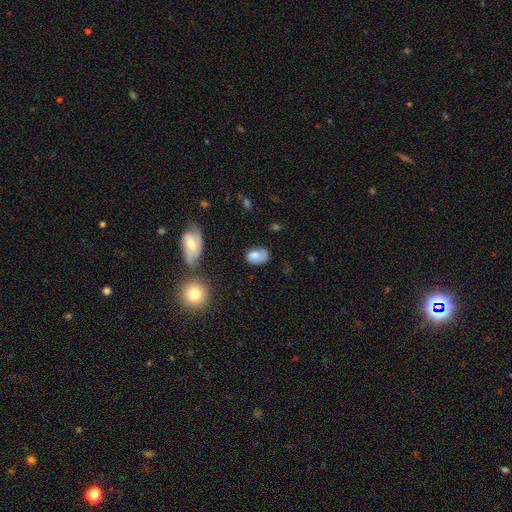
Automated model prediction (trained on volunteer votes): A smooth galaxy with no disk features (70%) that is in between round and cigar-shaped (80%). Merging: none (50%).